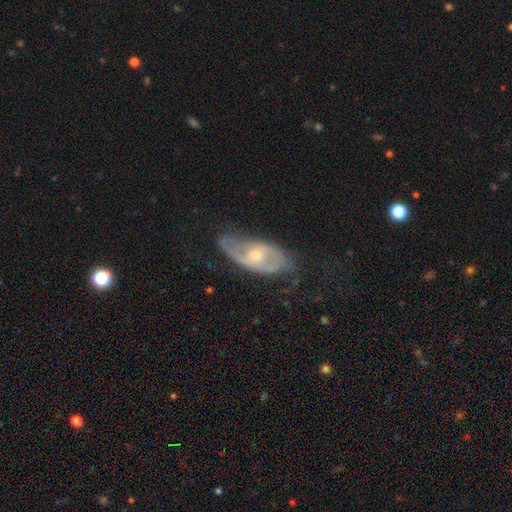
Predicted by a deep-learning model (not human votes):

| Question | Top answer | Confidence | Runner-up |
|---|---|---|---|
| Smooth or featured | featured or disk | 73% | smooth (20%) |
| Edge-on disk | no | 89% | yes (11%) |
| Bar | no | 55% | weak (32%) |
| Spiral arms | yes | 77% | no (23%) |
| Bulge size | small | 53% | moderate (44%) |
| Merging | none | 56% | minor disturbance (26%) |